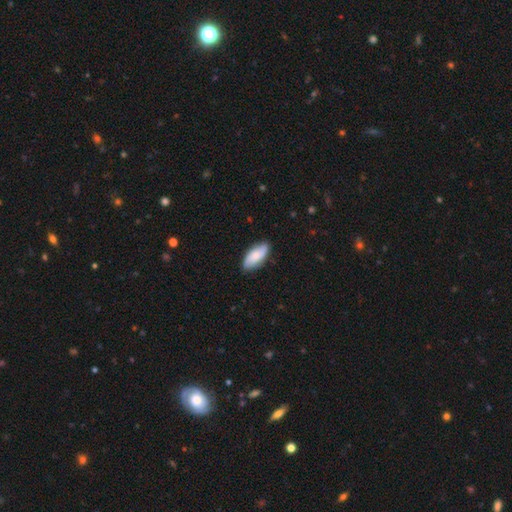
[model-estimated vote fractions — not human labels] Smooth or featured?
  - smooth: 62% *
  - featured or disk: 31%
  - star or artifact: 7%
How rounded?
  - in between: 86% *
  - cigar-shaped: 12%
  - round: 2%
Merging?
  - none: 82% *
  - minor disturbance: 14%
  - major disturbance: 3%
  - merger: 1%